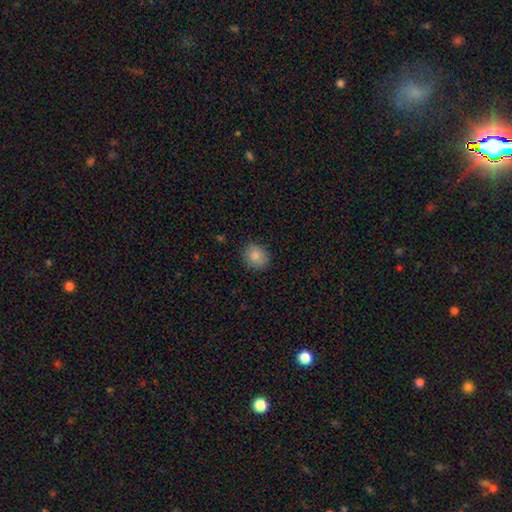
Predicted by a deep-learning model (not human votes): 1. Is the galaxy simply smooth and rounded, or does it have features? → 86% smooth, 8% star or artifact, 6% featured or disk.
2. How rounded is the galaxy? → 66% round, 34% in between, 1% cigar-shaped.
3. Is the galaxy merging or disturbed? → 83% none, 13% minor disturbance, 3% major disturbance, 1% merger.